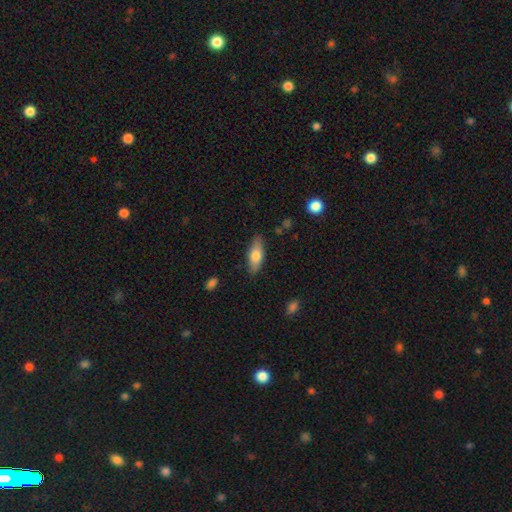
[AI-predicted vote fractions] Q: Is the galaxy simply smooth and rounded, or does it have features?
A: smooth — 71%.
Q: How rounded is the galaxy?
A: in between — 70%.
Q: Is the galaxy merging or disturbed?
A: none — 85%.